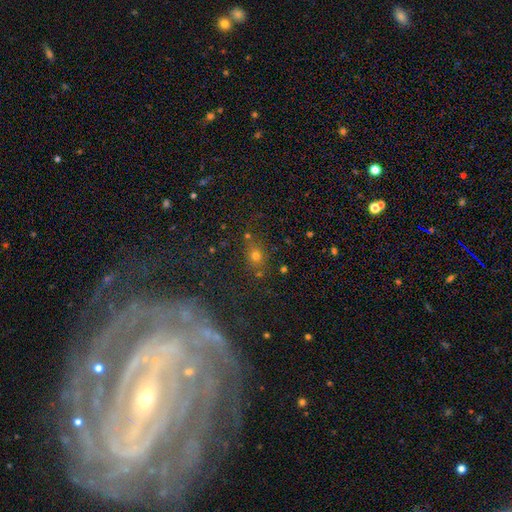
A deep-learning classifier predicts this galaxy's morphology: type=smooth (60%); roundness=round (70%); merging=none (77%).